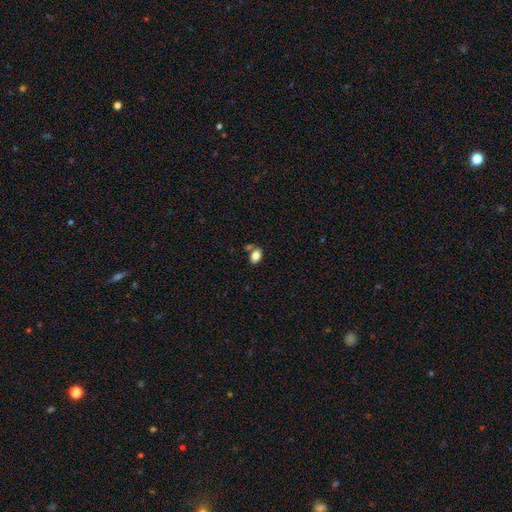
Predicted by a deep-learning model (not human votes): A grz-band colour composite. It shows a smooth galaxy with no disk features (83%) that is in between round and cigar-shaped (87%). Merging: none (66%).